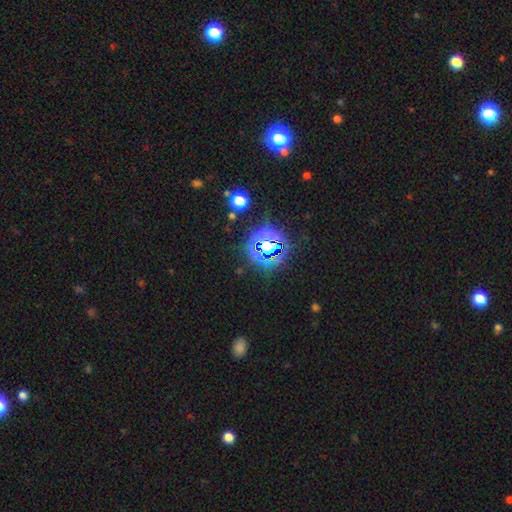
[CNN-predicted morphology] type=star or artifact (74%).